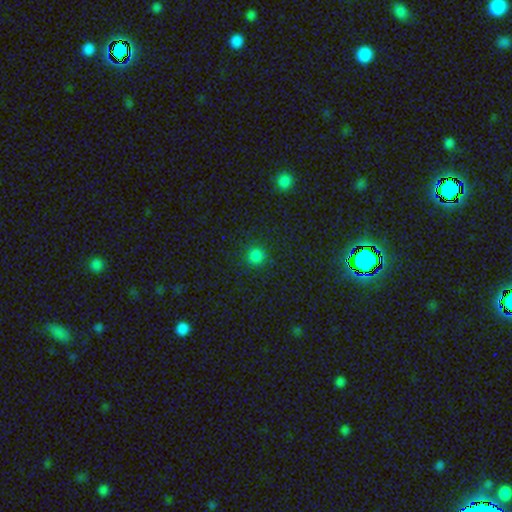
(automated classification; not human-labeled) Smooth or featured? smooth (82%)
How rounded? round (92%)
Merging? none (88%)